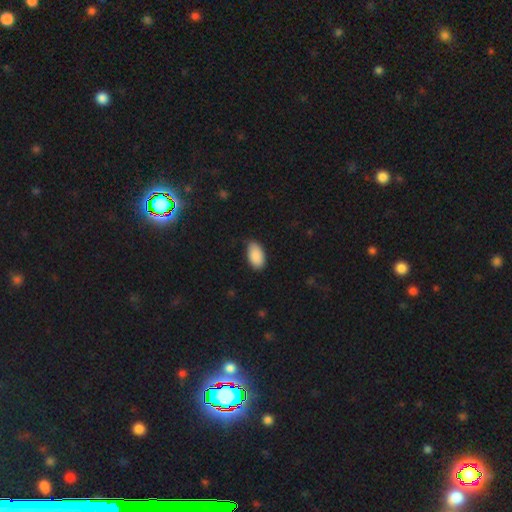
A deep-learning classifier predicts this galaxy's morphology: Overall: smooth (90%). How rounded: in between (95%). Merging: none (78%).